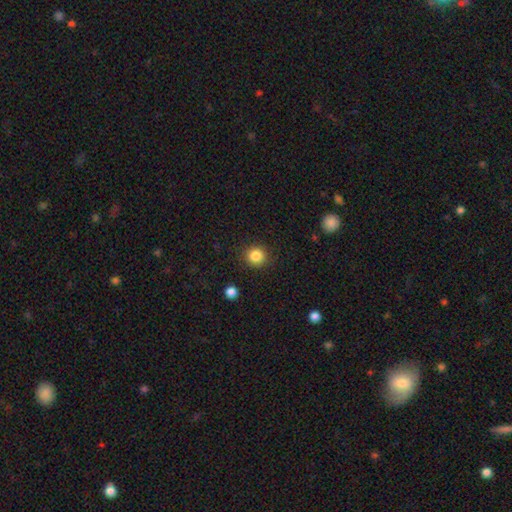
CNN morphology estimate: smooth 85%, star or artifact 10%, featured or disk 5%. Down the decision tree: how rounded — round (90%); merging — none (89%).